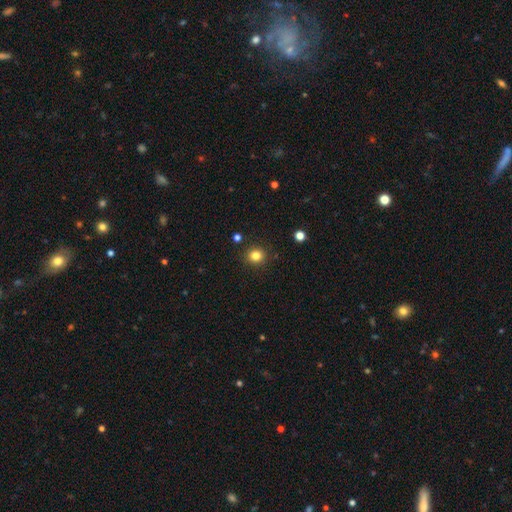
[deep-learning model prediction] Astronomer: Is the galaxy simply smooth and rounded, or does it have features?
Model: smooth — 82%.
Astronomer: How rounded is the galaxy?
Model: round — 87%.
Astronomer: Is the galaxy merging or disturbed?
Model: none — 90%.